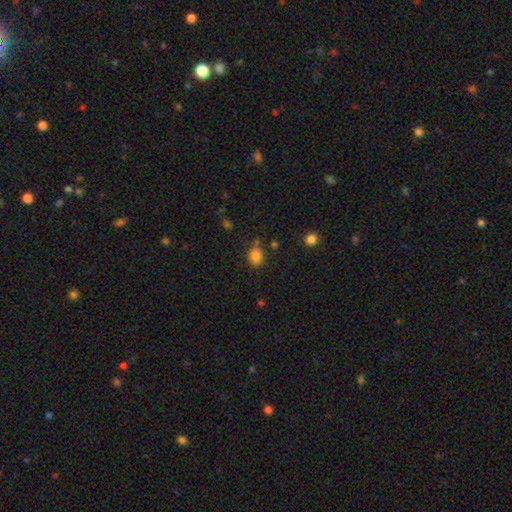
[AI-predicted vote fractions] smooth-or-featured: smooth: 83% | star or artifact: 12% | featured or disk: 5%
  how-rounded: round: 59% | in between: 40% | cigar-shaped: 1%
  merging: none: 74% | minor disturbance: 14% | merger: 7% | major disturbance: 4%